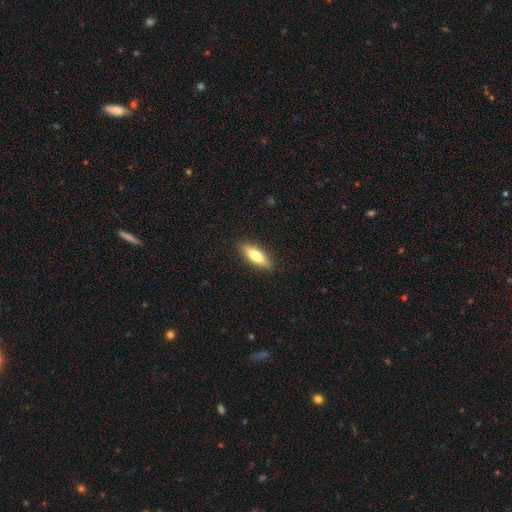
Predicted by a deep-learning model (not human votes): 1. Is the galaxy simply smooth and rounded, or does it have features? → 76% smooth, 18% featured or disk, 6% star or artifact.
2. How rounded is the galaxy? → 59% in between, 39% cigar-shaped, 2% round.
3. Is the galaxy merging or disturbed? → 88% none, 9% minor disturbance, 2% major disturbance, 1% merger.